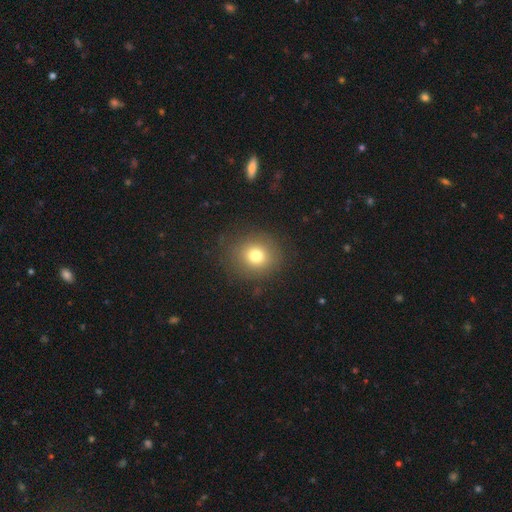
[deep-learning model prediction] A smooth galaxy with no disk features (76%) that is round (85%).

Vote fractions:
- Smooth or featured? smooth: 76% / star or artifact: 13% / featured or disk: 11%
- How rounded? round: 85% / in between: 14% / cigar-shaped: 1%
- Merging? none: 84% / minor disturbance: 10% / major disturbance: 5% / merger: 1%